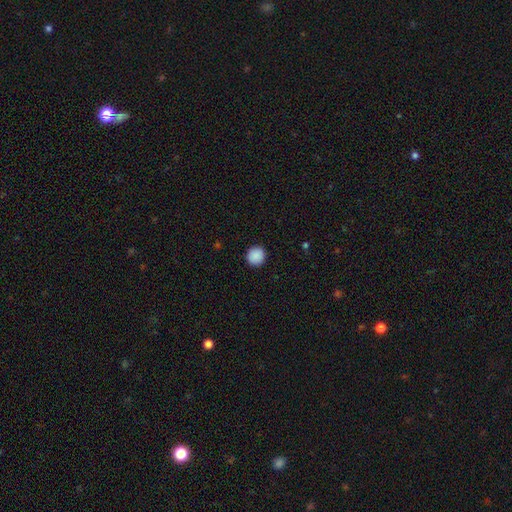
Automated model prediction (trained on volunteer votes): Smooth or featured? Predicted: smooth (p=0.90). How rounded? Predicted: round (p=0.92). Merging? Predicted: none (p=0.91).